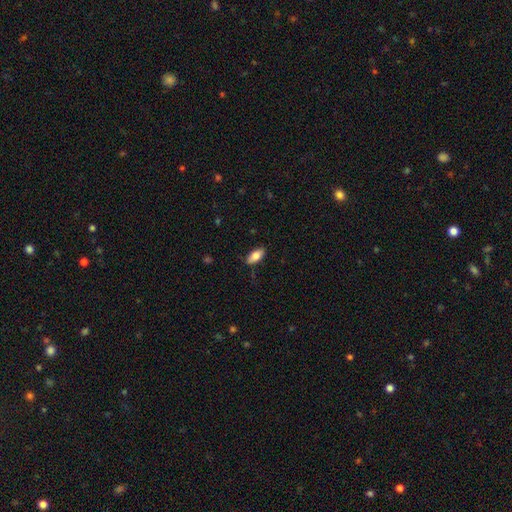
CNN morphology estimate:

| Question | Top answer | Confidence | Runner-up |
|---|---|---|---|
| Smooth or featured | smooth | 80% | featured or disk (13%) |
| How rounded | in between | 88% | cigar-shaped (10%) |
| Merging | none | 83% | minor disturbance (13%) |